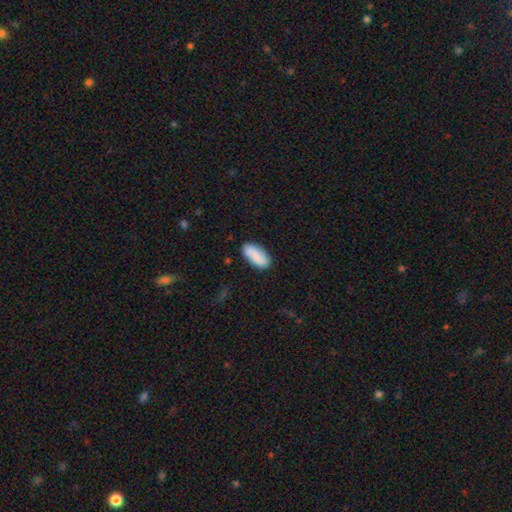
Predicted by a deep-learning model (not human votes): A smooth galaxy with no disk features (84%) that is in between round and cigar-shaped (88%). Merging: none (77%).